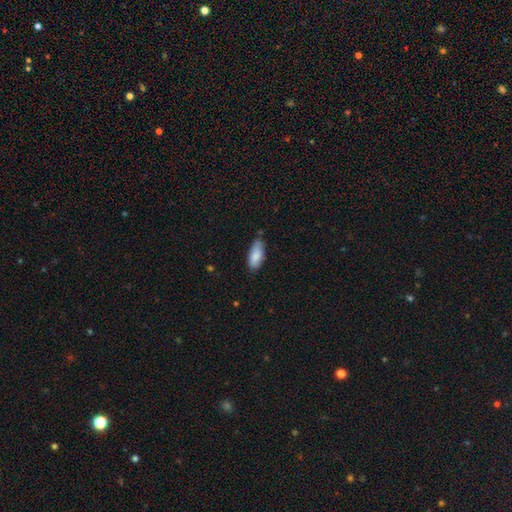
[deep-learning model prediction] Morphology: type=smooth (87%); roundness=in between (85%); merging=none (69%).